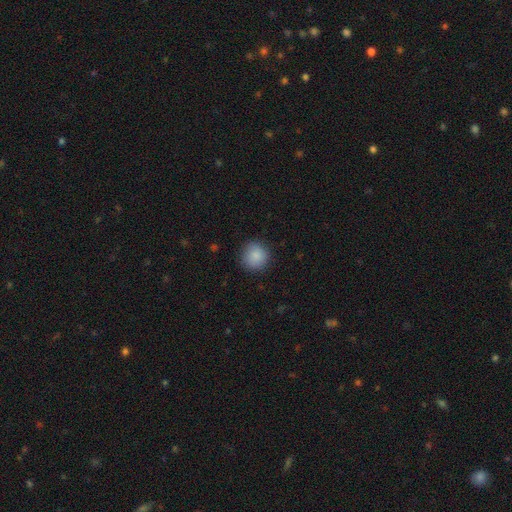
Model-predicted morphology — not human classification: Smooth or featured? smooth (88%)
How rounded? round (93%)
Merging? none (88%)